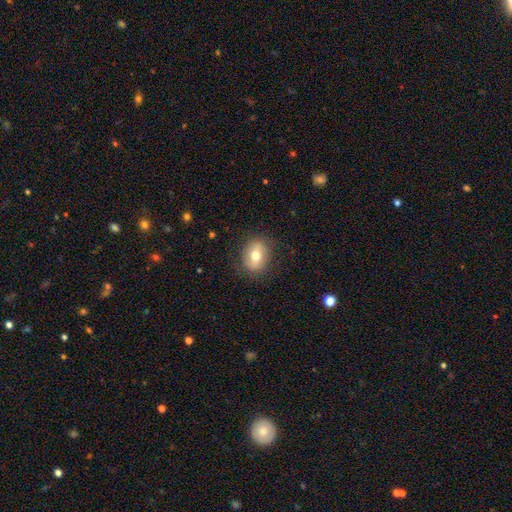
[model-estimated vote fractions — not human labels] The model was most divided on "how rounded": in between: 59%, round: 39%, cigar-shaped: 2%. More confident: merging — none (83%); smooth or featured — smooth (59%).